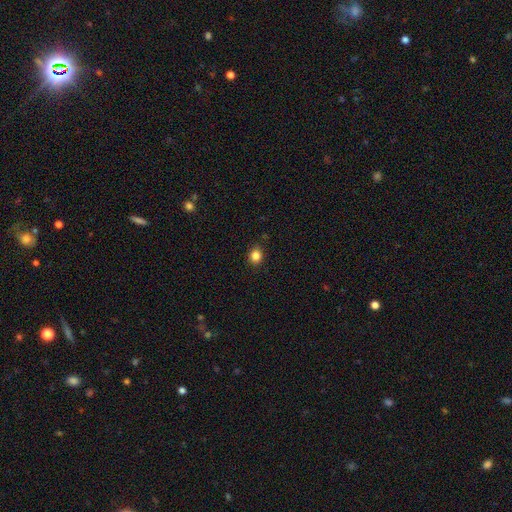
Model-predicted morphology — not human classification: Overall: smooth (85%). How rounded: round (78%). Merging: none (90%).